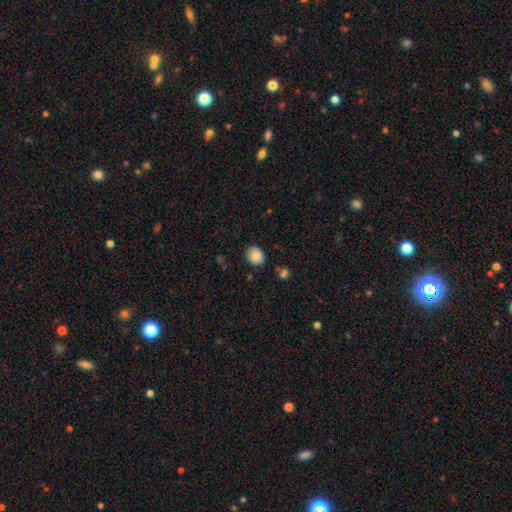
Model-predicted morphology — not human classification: smooth-or-featured: smooth: 88% | star or artifact: 8% | featured or disk: 4%
  how-rounded: round: 51% | in between: 48% | cigar-shaped: 1%
  merging: none: 81% | minor disturbance: 13% | major disturbance: 3% | merger: 3%